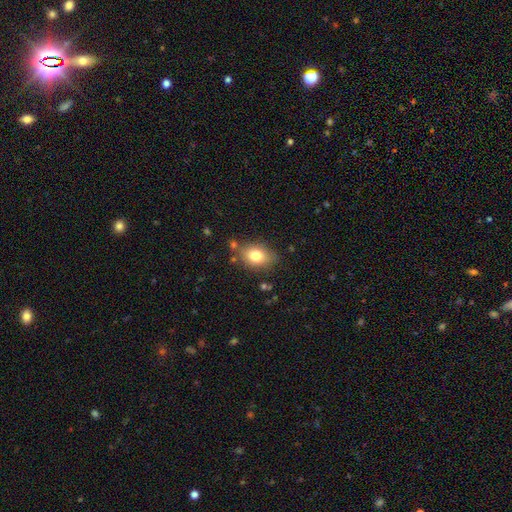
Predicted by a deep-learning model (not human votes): Overall: smooth (79%). How rounded: in between (69%; round 30%). Merging: none (77%).